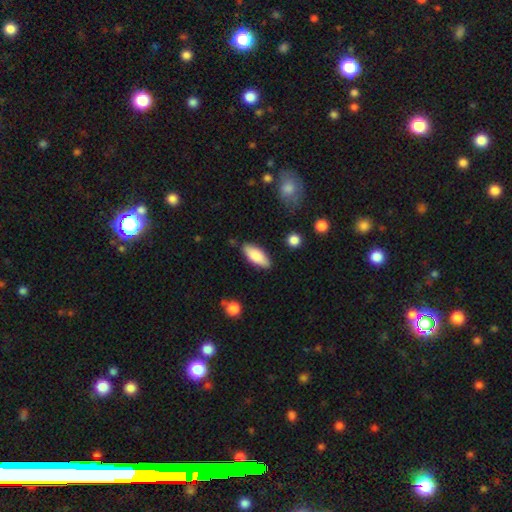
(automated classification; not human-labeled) Smooth or featured: smooth — 79% (featured or disk — 15%)
How rounded: in between — 74% (cigar-shaped — 24%)
Merging: none — 84% (minor disturbance — 11%)